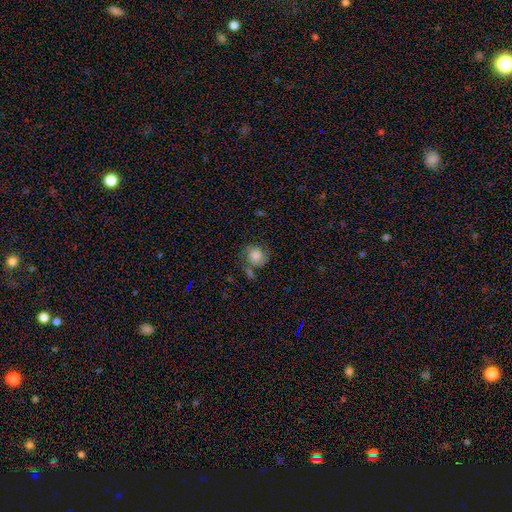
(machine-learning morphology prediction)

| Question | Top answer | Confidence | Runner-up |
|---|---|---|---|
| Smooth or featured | smooth | 56% | featured or disk (34%) |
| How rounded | round | 84% | in between (15%) |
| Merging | none | 58% | minor disturbance (21%) |